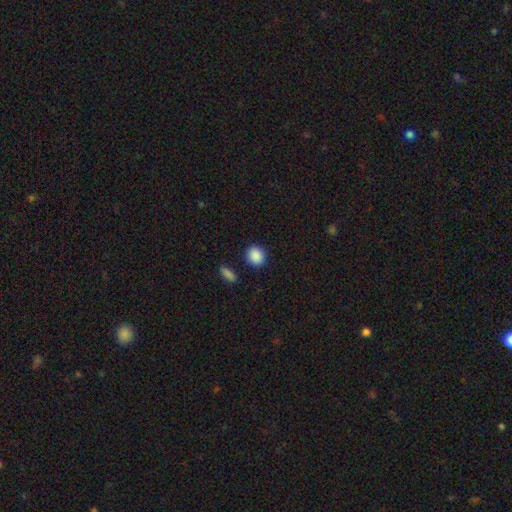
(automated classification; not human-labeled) This appears to be a smooth galaxy with no disk features (89%) that is round (67%). Merging: none (87%).